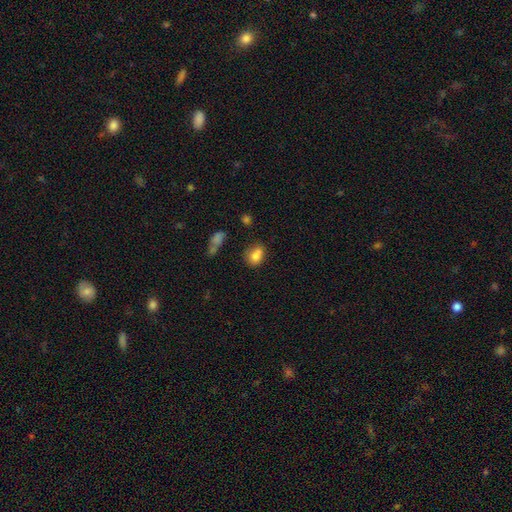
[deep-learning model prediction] smooth 78%, featured or disk 12%, star or artifact 11%. Down the decision tree: how rounded — in between (58%); merging — none (48%).